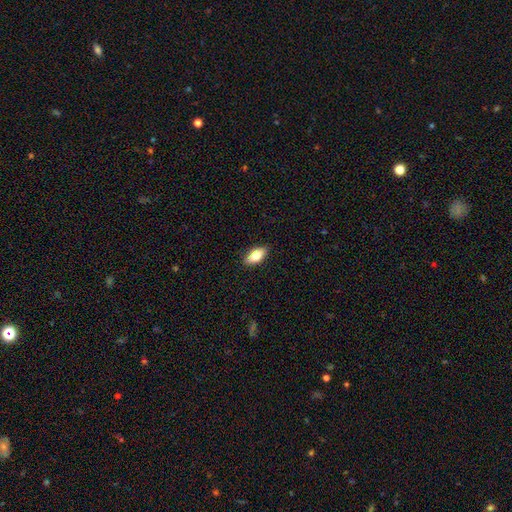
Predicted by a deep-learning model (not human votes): Smooth or featured?
  - smooth: 76% *
  - featured or disk: 16%
  - star or artifact: 7%
How rounded?
  - in between: 88% *
  - cigar-shaped: 7%
  - round: 4%
Merging?
  - none: 87% *
  - minor disturbance: 10%
  - major disturbance: 2%
  - merger: 1%